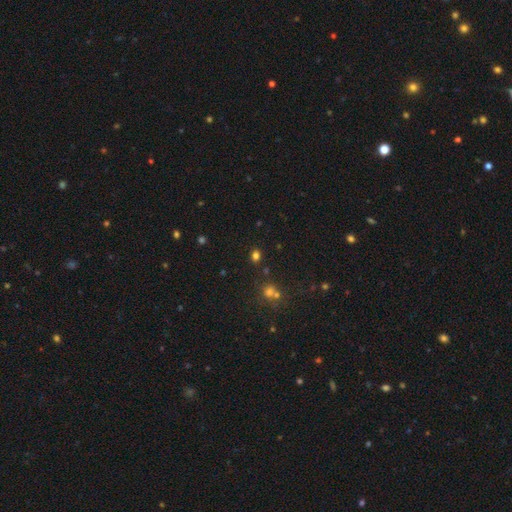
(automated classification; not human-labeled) smooth-or-featured: smooth: 73% | star or artifact: 22% | featured or disk: 5%
  how-rounded: round: 60% | in between: 39% | cigar-shaped: 1%
  merging: none: 81% | minor disturbance: 9% | merger: 7% | major disturbance: 3%